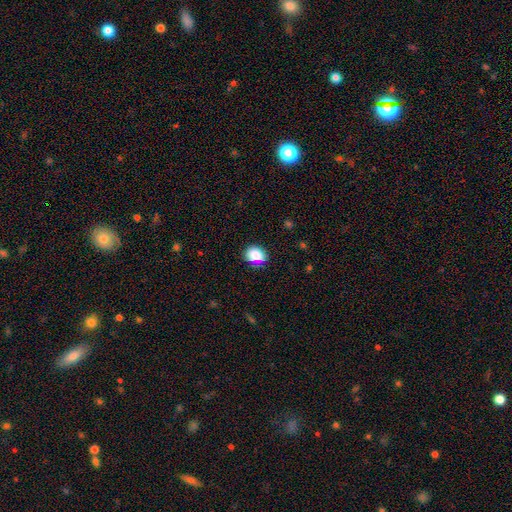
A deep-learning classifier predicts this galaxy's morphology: Smooth or featured: smooth — 84% (star or artifact — 11%)
How rounded: round — 54% (in between — 44%)
Merging: none — 74% (minor disturbance — 18%)